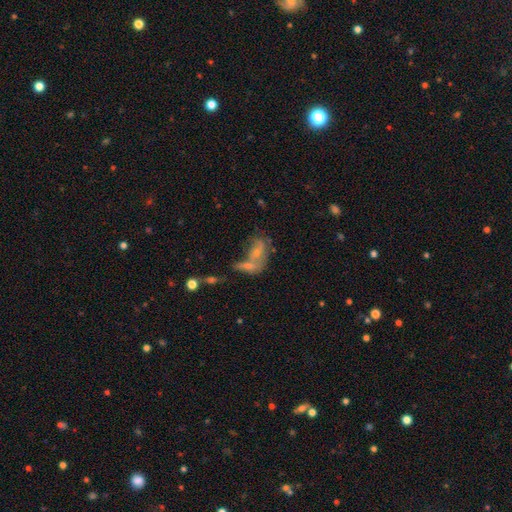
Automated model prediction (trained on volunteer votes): Smooth or featured: smooth — 43% (featured or disk — 42%)
Merging: merger — 53% (none — 25%)